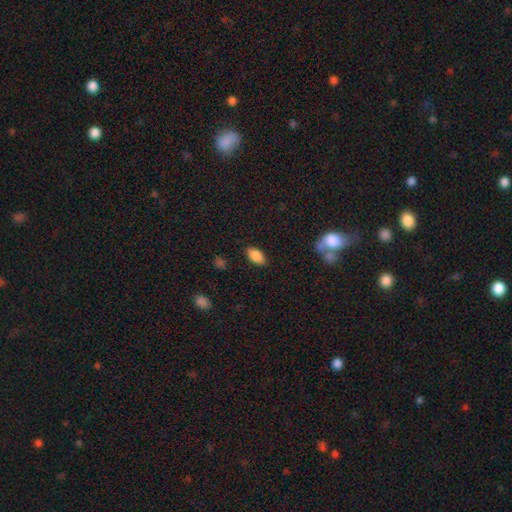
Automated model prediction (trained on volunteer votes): smooth_or_featured: smooth (p=0.84) [alt: featured or disk p=0.08]
how_rounded: in between (p=0.91) [alt: cigar-shaped p=0.06]
merging: none (p=0.84) [alt: minor disturbance p=0.11]